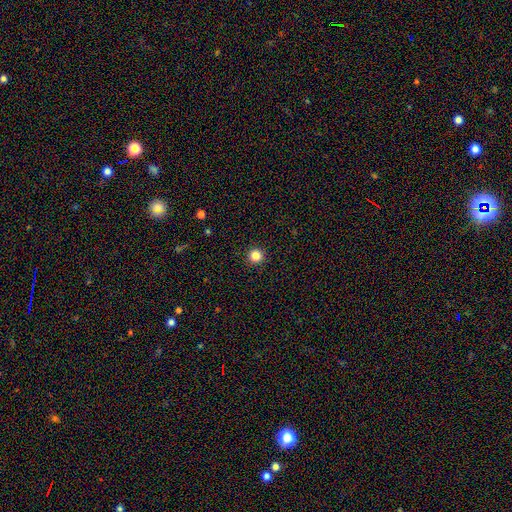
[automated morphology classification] Smooth or featured?
  - smooth: 84% *
  - star or artifact: 12%
  - featured or disk: 4%
How rounded?
  - round: 96% *
  - in between: 3%
  - cigar-shaped: 1%
Merging?
  - none: 93% *
  - minor disturbance: 4%
  - major disturbance: 2%
  - merger: 1%